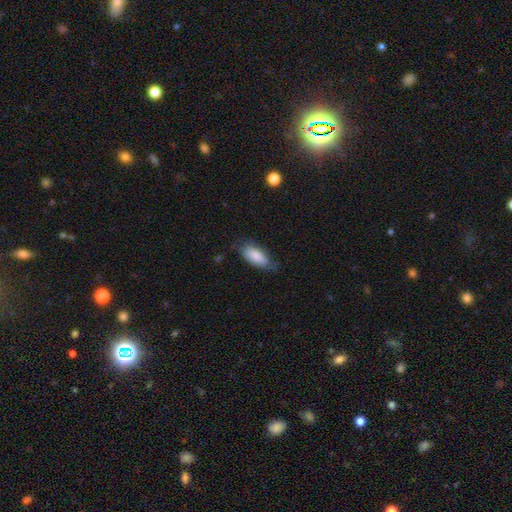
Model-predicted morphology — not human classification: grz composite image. It shows a smooth galaxy with no disk features (82%) that is in between round and cigar-shaped (86%). Merging: none (64%).